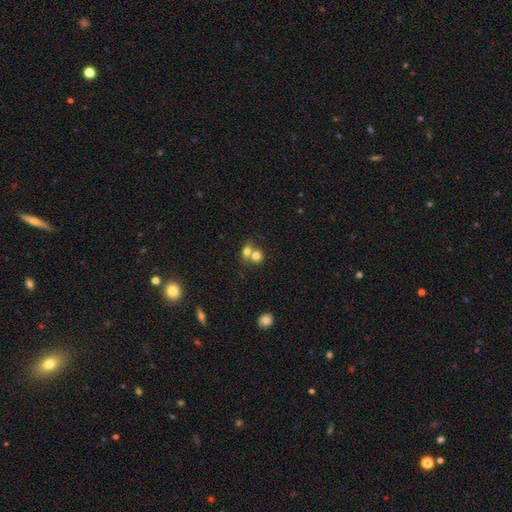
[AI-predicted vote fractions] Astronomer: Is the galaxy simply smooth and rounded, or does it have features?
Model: smooth — 75%.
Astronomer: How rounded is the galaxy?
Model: round — 71%.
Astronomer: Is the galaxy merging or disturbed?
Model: merger — 59%.